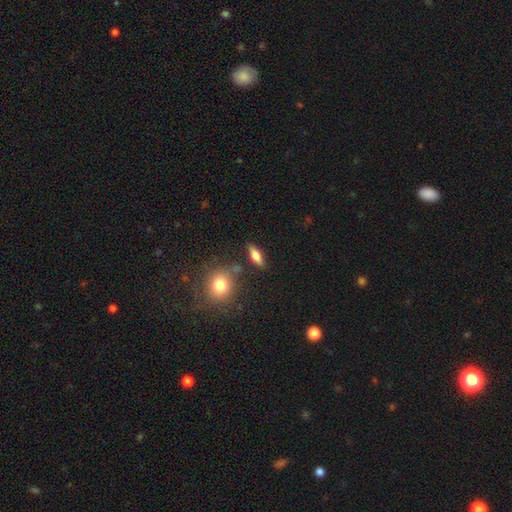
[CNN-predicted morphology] Q: Smooth or featured?
A: smooth (66%); runner-up: featured or disk (25%)
Q: How rounded?
A: in between (63%); runner-up: cigar-shaped (32%)
Q: Merging?
A: none (81%); runner-up: minor disturbance (11%)